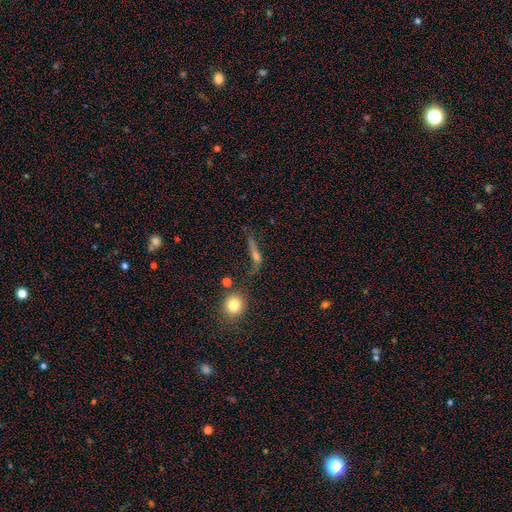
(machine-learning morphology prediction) Overall: featured or disk (47%; smooth 34%). Merging: none (48%; major disturbance 21%).